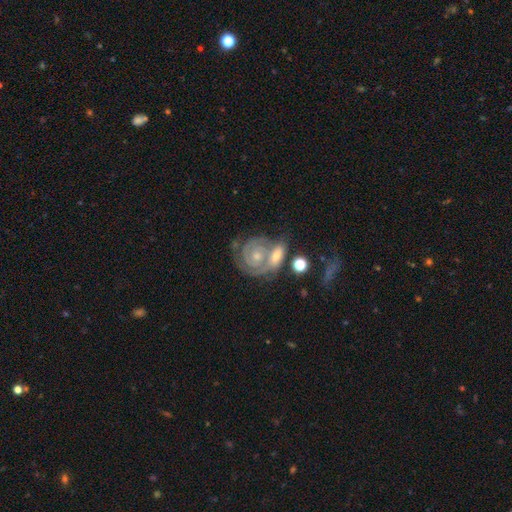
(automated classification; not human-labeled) The model was most divided on "merging": merger: 40%, none: 39%, minor disturbance: 13%, major disturbance: 8%. More confident: edge-on disk — no (97%); spiral arms — yes (92%); smooth or featured — featured or disk (80%); spiral winding — tight (76%); bar — no (74%); spiral arm count — 2 (54%); bulge size — small (52%).